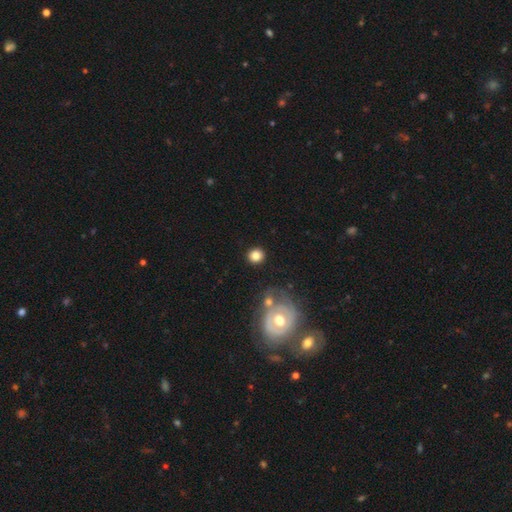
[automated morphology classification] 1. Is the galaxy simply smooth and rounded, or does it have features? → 81% smooth, 10% featured or disk, 9% star or artifact.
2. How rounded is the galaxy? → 86% round, 13% in between, 1% cigar-shaped.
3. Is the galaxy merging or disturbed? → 85% none, 8% minor disturbance, 4% merger, 3% major disturbance.